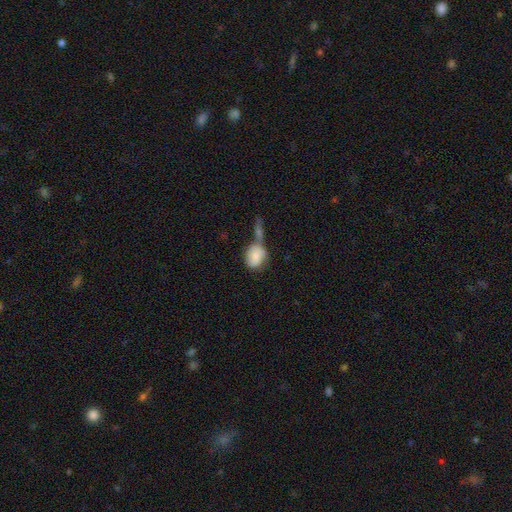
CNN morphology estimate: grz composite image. It shows a smooth galaxy with no disk features (72%) that is in between round and cigar-shaped (49%, tied with round). Merging: merger (47%).